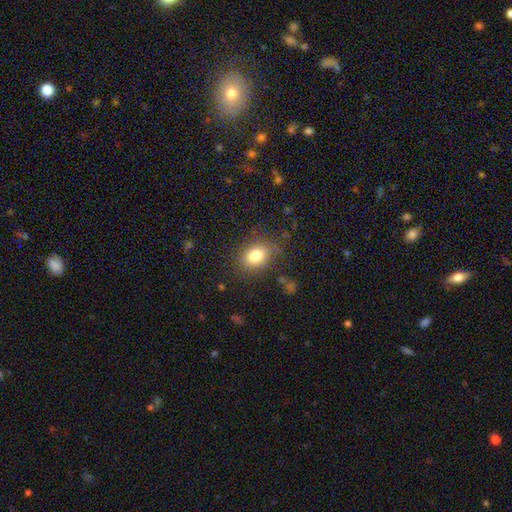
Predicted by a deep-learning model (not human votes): smooth 81%, star or artifact 10%, featured or disk 9%. Down the decision tree: how rounded — in between (64%); merging — none (81%).